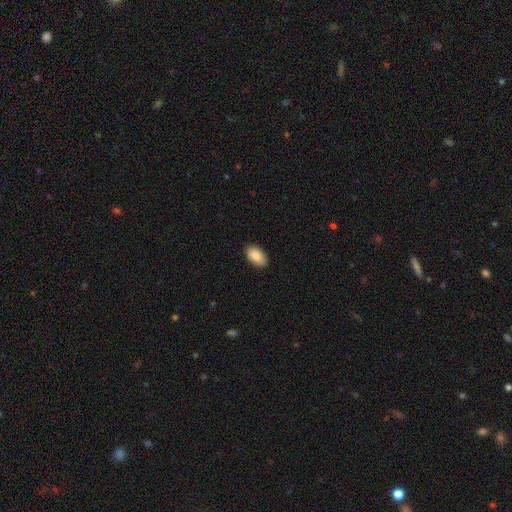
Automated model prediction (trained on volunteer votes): Overall: smooth (88%). How rounded: in between (93%). Merging: none (88%).